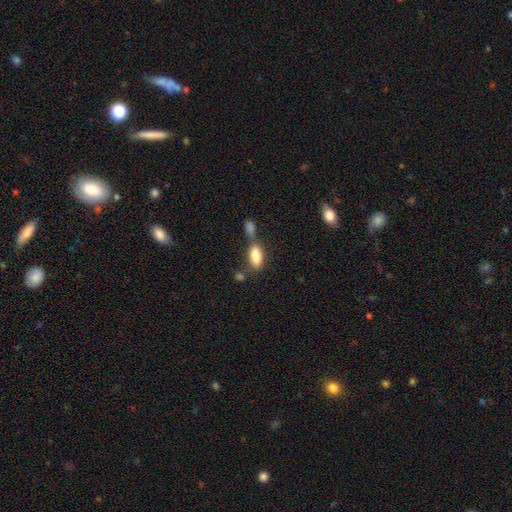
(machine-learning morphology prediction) A smooth galaxy with no disk features (82%) that is in between round and cigar-shaped (85%). Merging: none (39%).